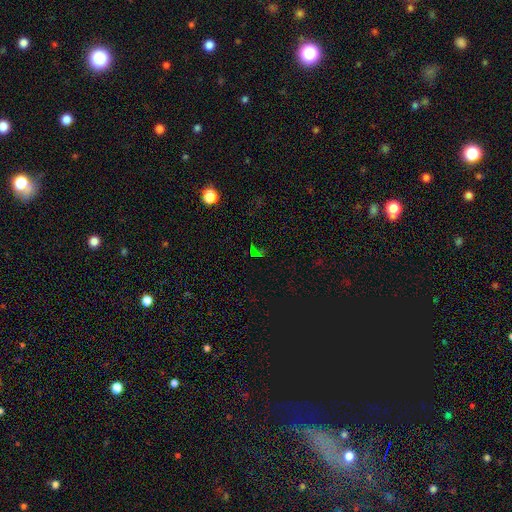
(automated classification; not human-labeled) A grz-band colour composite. It shows a star or artifact, not a galaxy (68%).